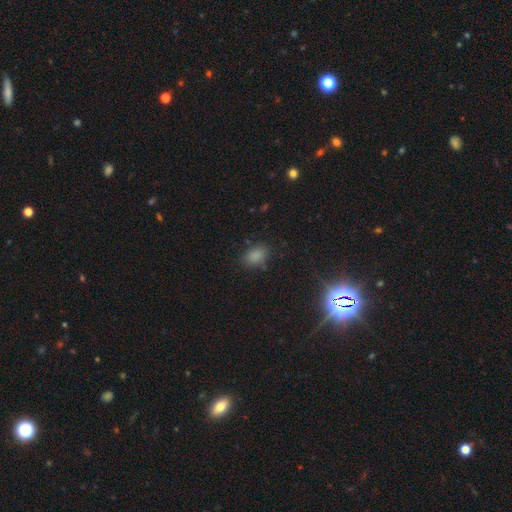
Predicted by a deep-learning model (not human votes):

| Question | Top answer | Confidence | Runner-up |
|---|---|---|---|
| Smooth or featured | smooth | 81% | star or artifact (14%) |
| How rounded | in between | 85% | round (14%) |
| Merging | none | 77% | minor disturbance (16%) |